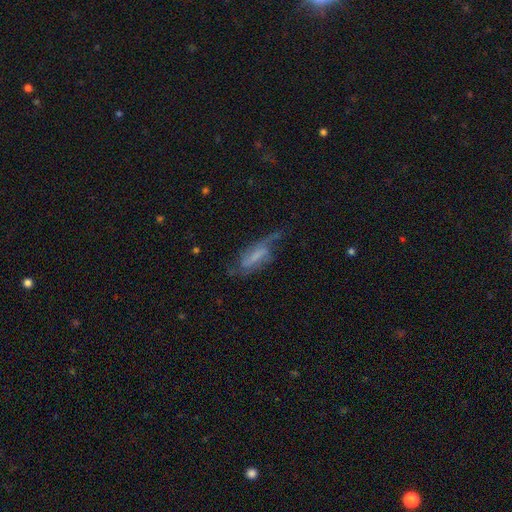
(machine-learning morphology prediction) Smooth or featured? Predicted: featured or disk (p=0.58). Edge-on disk? Predicted: no (p=0.77). Merging? Predicted: none (p=0.41).